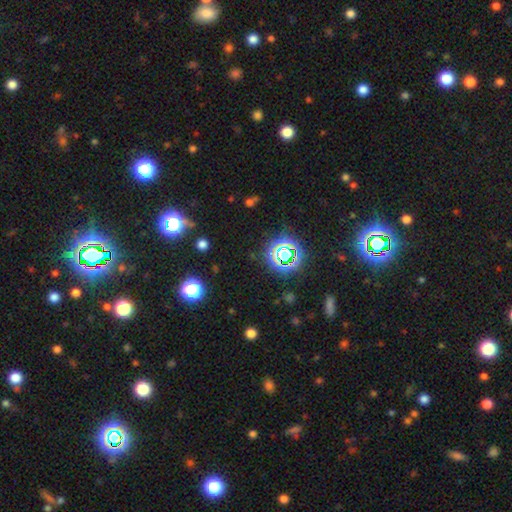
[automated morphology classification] Q: Smooth or featured?
A: star or artifact (69%); runner-up: smooth (22%)